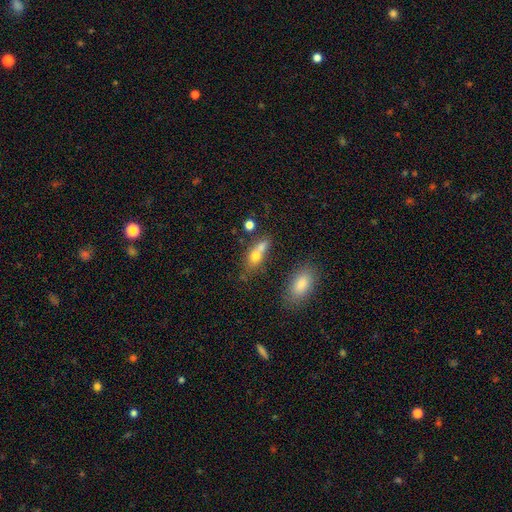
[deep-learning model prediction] smooth-or-featured: smooth: 70% | featured or disk: 19% | star or artifact: 11%
  how-rounded: in between: 64% | round: 20% | cigar-shaped: 16%
  merging: merger: 50% | none: 32% | minor disturbance: 11% | major disturbance: 6%